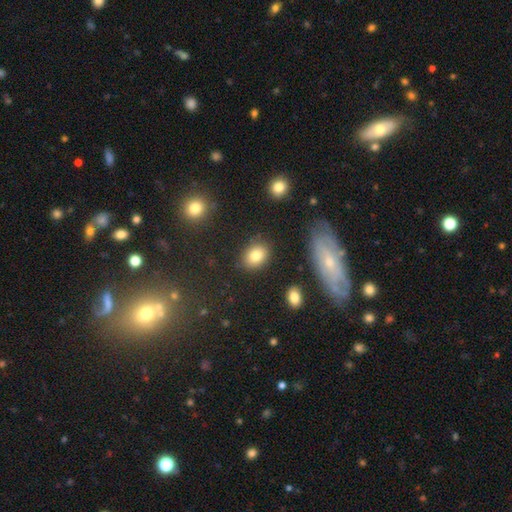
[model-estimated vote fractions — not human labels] Smooth or featured?
  - smooth: 81% *
  - star or artifact: 10%
  - featured or disk: 9%
How rounded?
  - in between: 62% *
  - round: 37%
  - cigar-shaped: 1%
Merging?
  - none: 83% *
  - minor disturbance: 11%
  - major disturbance: 3%
  - merger: 2%